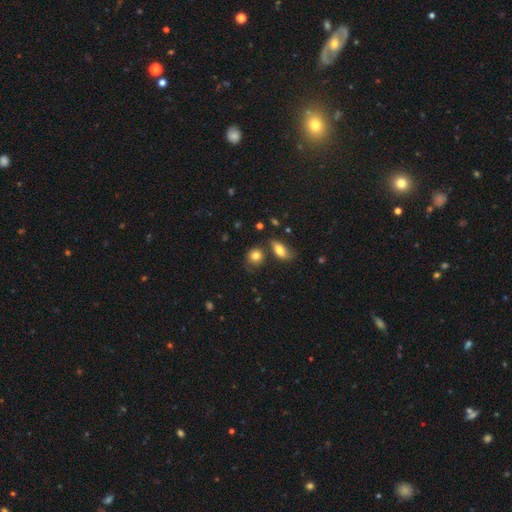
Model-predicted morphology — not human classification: Overall: smooth (82%). How rounded: round (69%). Merging: none (67%).